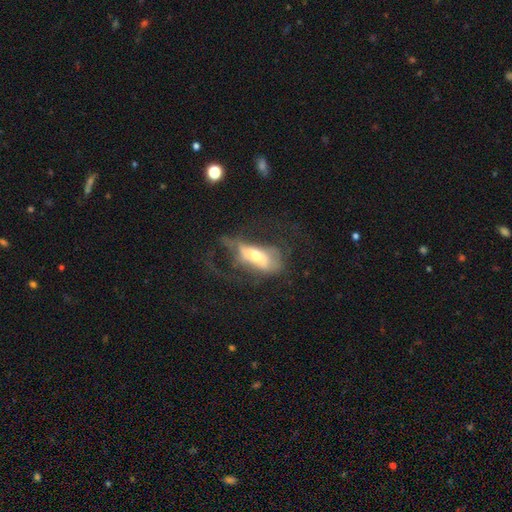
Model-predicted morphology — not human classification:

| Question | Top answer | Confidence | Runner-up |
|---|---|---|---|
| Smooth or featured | featured or disk | 53% | smooth (38%) |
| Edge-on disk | no | 79% | yes (21%) |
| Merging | major disturbance | 50% | none (28%) |